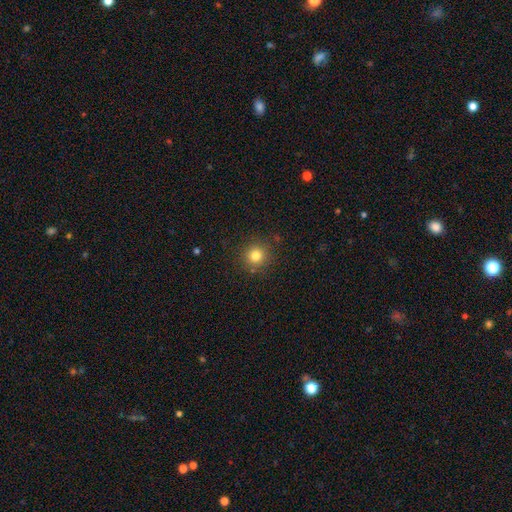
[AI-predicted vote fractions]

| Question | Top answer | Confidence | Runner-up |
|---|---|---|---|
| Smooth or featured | smooth | 80% | star or artifact (13%) |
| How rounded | round | 93% | in between (6%) |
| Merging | none | 87% | minor disturbance (8%) |